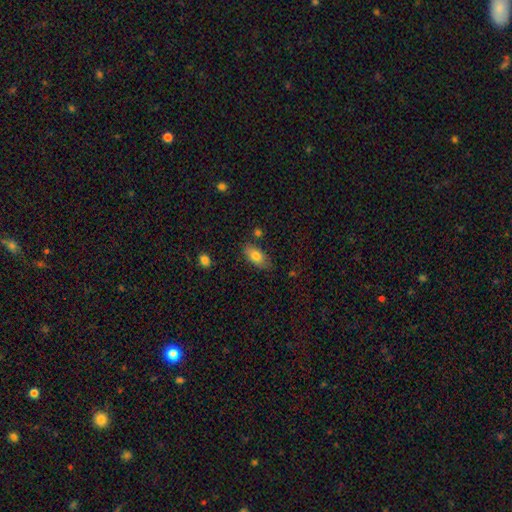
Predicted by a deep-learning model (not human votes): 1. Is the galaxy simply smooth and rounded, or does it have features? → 79% smooth, 13% featured or disk, 8% star or artifact.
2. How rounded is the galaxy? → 89% in between, 7% cigar-shaped, 4% round.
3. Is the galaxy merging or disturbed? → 77% none, 16% minor disturbance, 4% merger, 3% major disturbance.